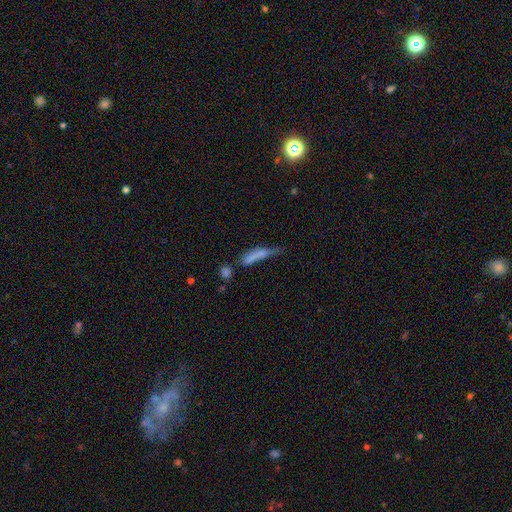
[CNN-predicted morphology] A smooth galaxy with no disk features (64%) that is cigar-shaped (74%).

Vote fractions:
- Smooth or featured? smooth: 64% / featured or disk: 25% / star or artifact: 11%
- How rounded? cigar-shaped: 74% / in between: 22% / round: 3%
- Merging? none: 30% / major disturbance: 25% / minor disturbance: 23% / merger: 22%